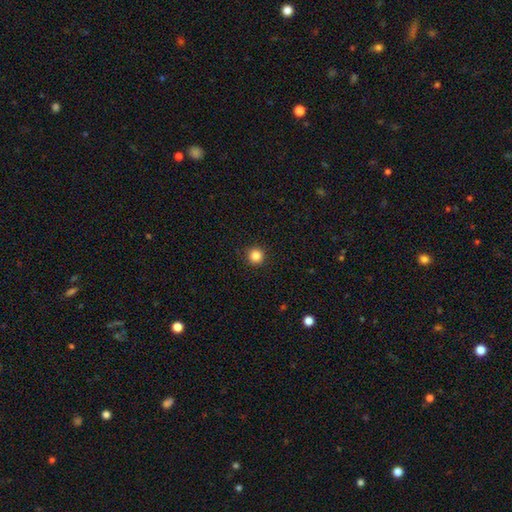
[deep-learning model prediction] Morphology: type=smooth (85%); roundness=round (96%); merging=none (93%).